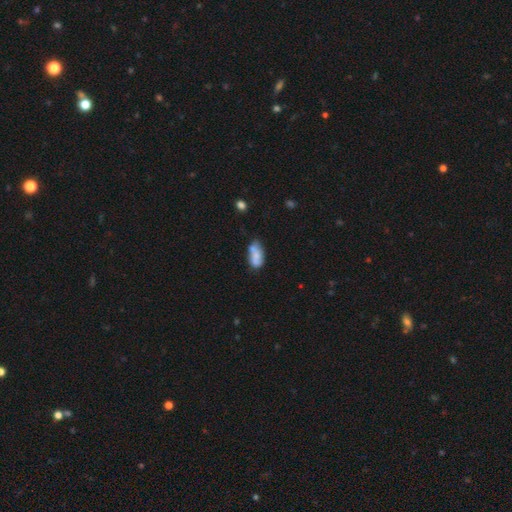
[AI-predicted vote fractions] Q: Smooth or featured?
A: smooth (65%); runner-up: featured or disk (27%)
Q: How rounded?
A: in between (86%); runner-up: cigar-shaped (10%)
Q: Merging?
A: none (41%); runner-up: merger (26%)